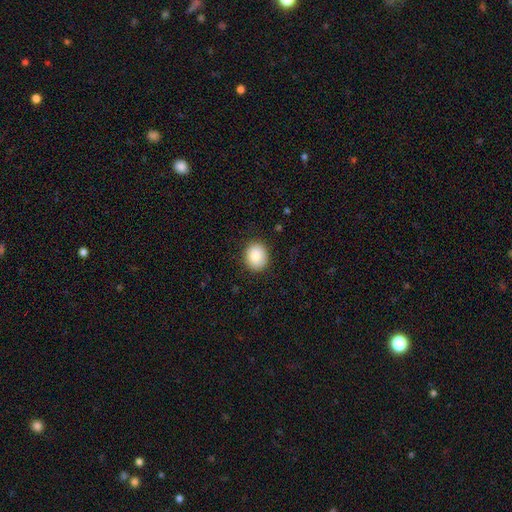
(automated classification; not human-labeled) smooth 86%, star or artifact 8%, featured or disk 7%. Down the decision tree: how rounded — round (66%); merging — none (87%).